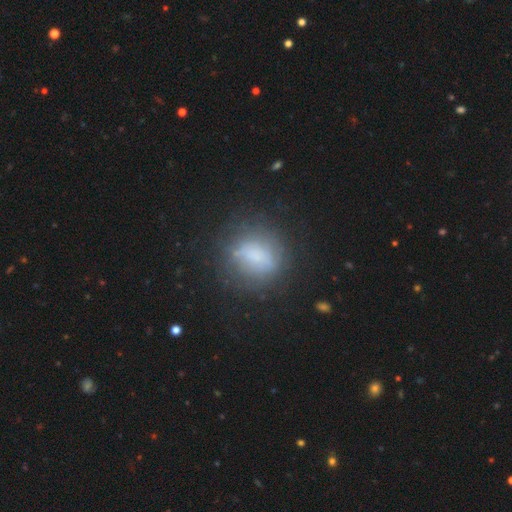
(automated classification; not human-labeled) A smooth galaxy with no disk features (55%) that is round (69%). Merging: none (63%).